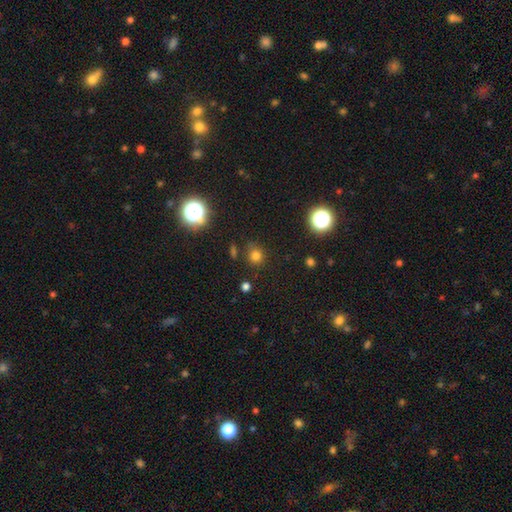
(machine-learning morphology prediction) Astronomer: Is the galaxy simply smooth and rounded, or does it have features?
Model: smooth — 73%.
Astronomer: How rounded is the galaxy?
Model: round — 87%.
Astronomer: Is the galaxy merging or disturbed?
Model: none — 80%.